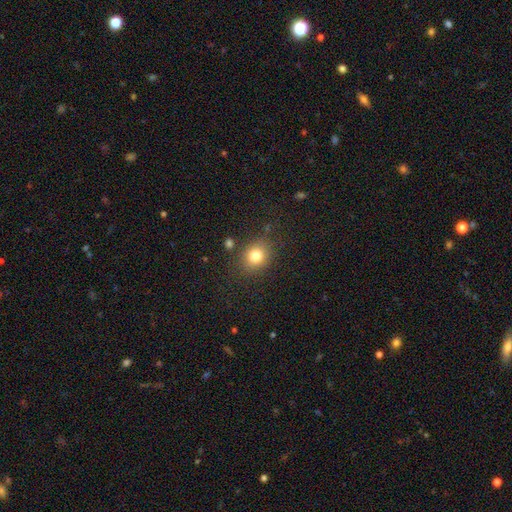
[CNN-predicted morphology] type=smooth (80%); roundness=round (67%); merging=none (80%).